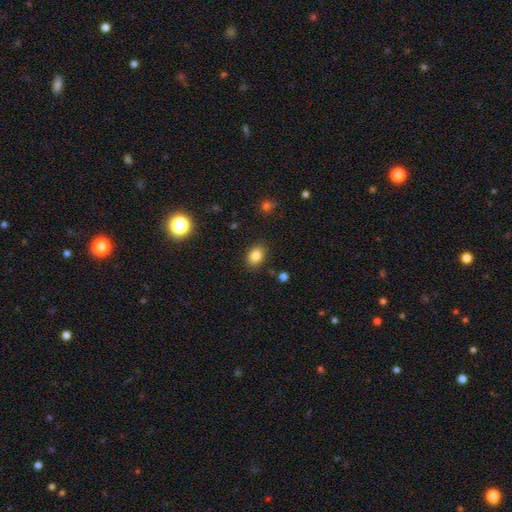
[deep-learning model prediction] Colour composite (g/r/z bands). It shows a smooth galaxy with no disk features (83%) that is in between round and cigar-shaped (73%). Merging: none (87%).